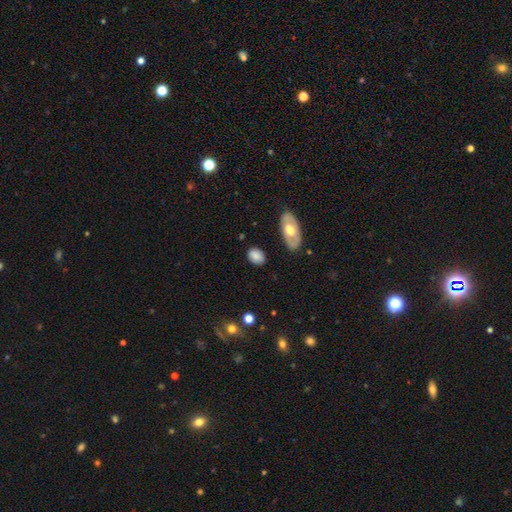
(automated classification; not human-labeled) A smooth galaxy with no disk features (80%) that is in between round and cigar-shaped (77%). Merging: none (80%).